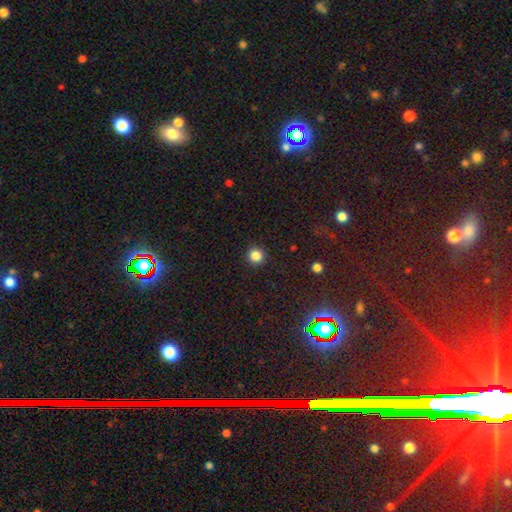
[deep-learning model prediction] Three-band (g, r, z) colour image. It shows a smooth galaxy with no disk features (84%) that is round (95%). Merging: none (91%).